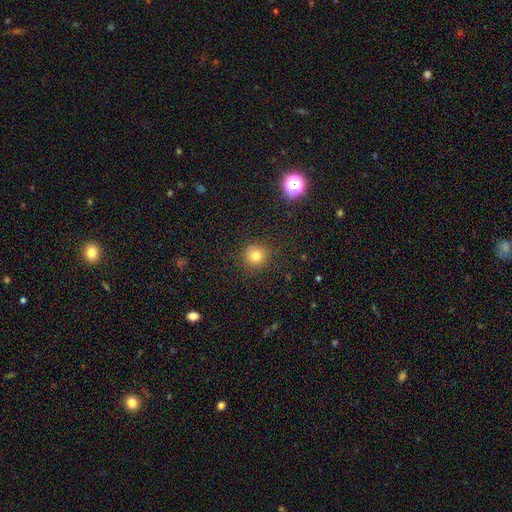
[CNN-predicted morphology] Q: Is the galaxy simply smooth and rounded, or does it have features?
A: smooth — 77%.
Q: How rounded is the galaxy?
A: round — 91%.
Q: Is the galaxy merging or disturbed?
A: none — 84%.